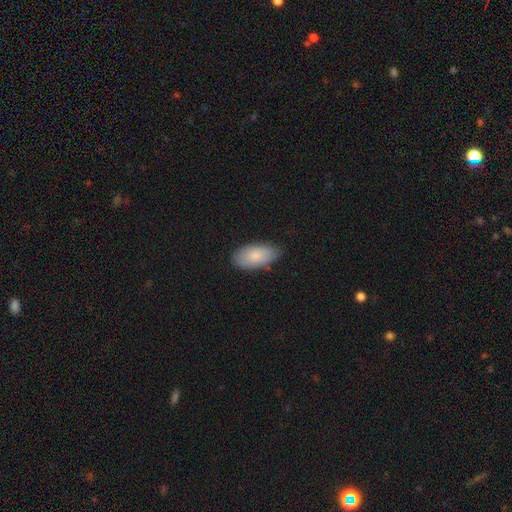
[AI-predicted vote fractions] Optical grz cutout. It shows a smooth galaxy with no disk features (83%) that is in between round and cigar-shaped (95%). Merging: none (78%).